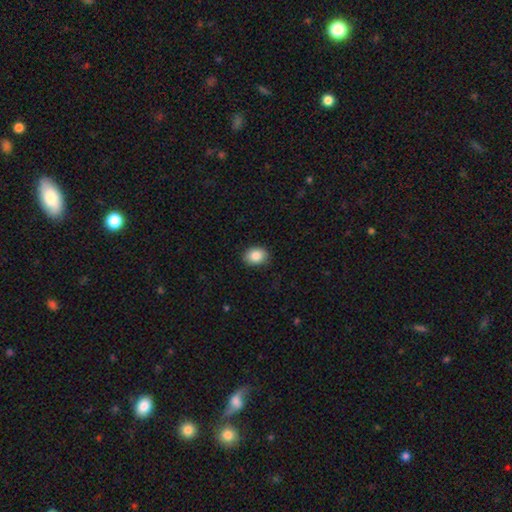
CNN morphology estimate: type=smooth (86%); roundness=in between (61%); merging=none (87%).